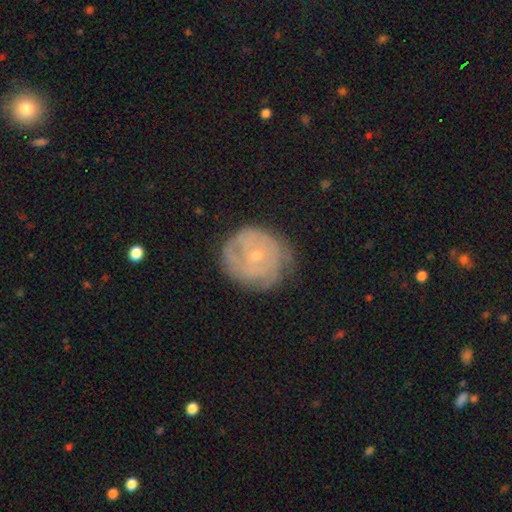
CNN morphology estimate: Q: Smooth or featured?
A: featured or disk (67%); runner-up: smooth (25%)
Q: Edge-on disk?
A: no (97%); runner-up: yes (3%)
Q: Bar?
A: no (80%); runner-up: weak (17%)
Q: Spiral arms?
A: yes (79%); runner-up: no (21%)
Q: Spiral winding?
A: tight (71%); runner-up: medium (22%)
Q: Spiral arm count?
A: can't tell (51%); runner-up: 2 (17%)
Q: Bulge size?
A: small (74%); runner-up: moderate (22%)
Q: Merging?
A: none (70%); runner-up: minor disturbance (21%)